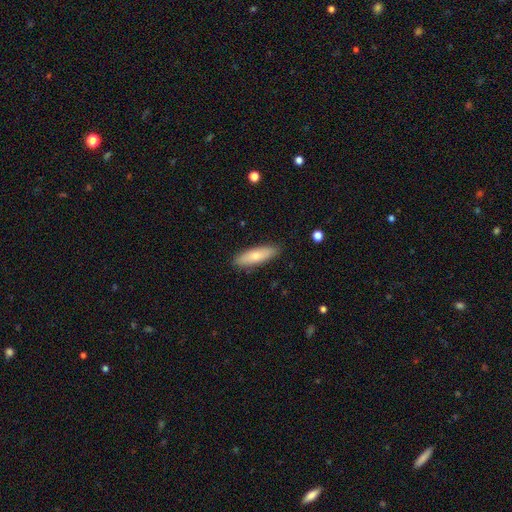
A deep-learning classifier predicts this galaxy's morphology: Smooth or featured? Predicted: smooth (p=0.73). How rounded? Predicted: cigar-shaped (p=0.52). Merging? Predicted: none (p=0.87).